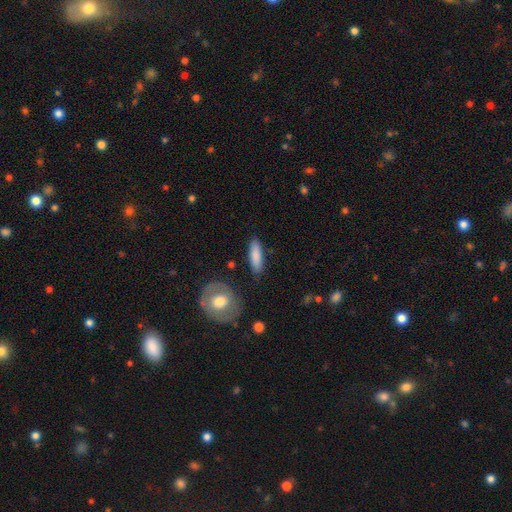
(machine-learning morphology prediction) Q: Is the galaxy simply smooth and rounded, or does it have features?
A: smooth — 82%.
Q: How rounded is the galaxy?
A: cigar-shaped — 55%.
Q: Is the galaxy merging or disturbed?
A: none — 84%.